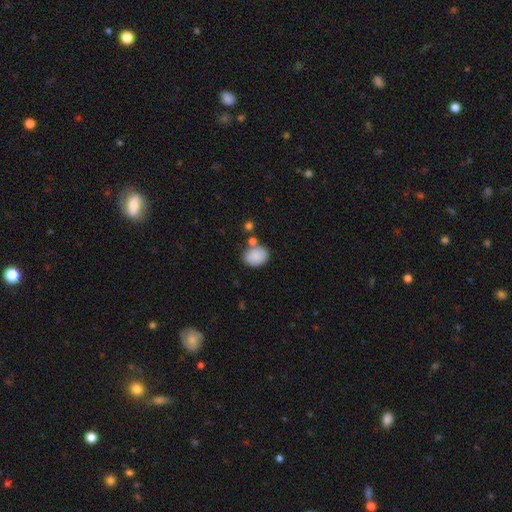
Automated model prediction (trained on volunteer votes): A smooth galaxy with no disk features (86%) that is in between round and cigar-shaped (55%).

Vote fractions:
- Smooth or featured? smooth: 86% / star or artifact: 8% / featured or disk: 6%
- How rounded? in between: 55% / round: 44% / cigar-shaped: 1%
- Merging? none: 68% / minor disturbance: 15% / merger: 13% / major disturbance: 4%